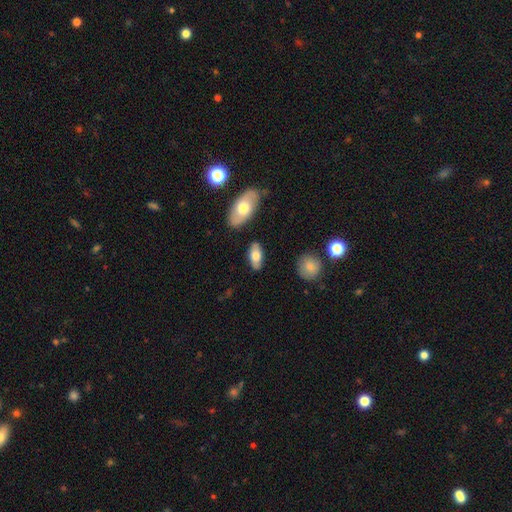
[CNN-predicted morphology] Smooth or featured? smooth (69%)
How rounded? in between (90%)
Merging? none (82%)